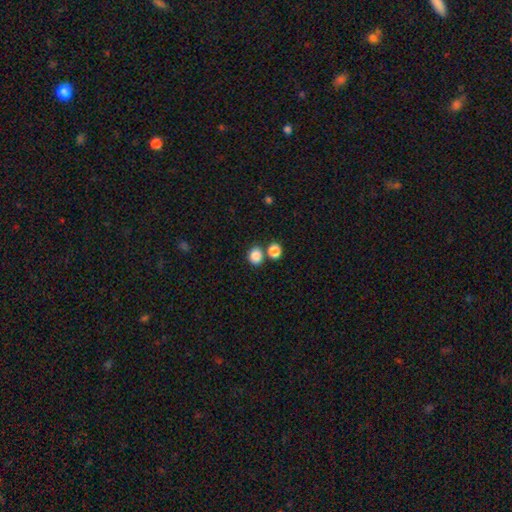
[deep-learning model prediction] Smooth or featured: smooth — 86% (star or artifact — 10%)
How rounded: round — 66% (in between — 33%)
Merging: none — 65% (merger — 23%)